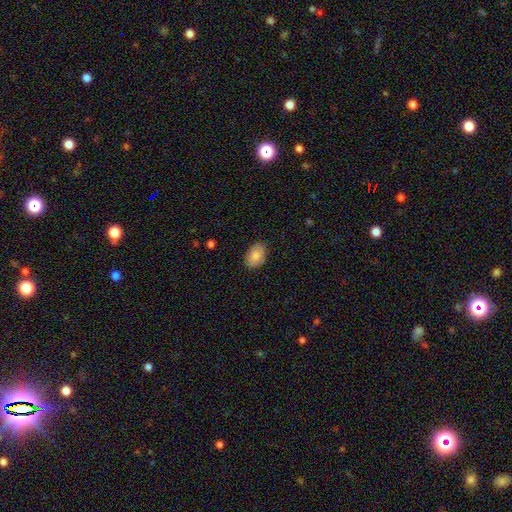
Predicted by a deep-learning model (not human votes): A smooth galaxy with no disk features (86%) that is in between round and cigar-shaped (86%).

Vote fractions:
- Smooth or featured? smooth: 86% / featured or disk: 8% / star or artifact: 7%
- How rounded? in between: 86% / round: 13% / cigar-shaped: 1%
- Merging? none: 84% / minor disturbance: 12% / major disturbance: 3% / merger: 1%